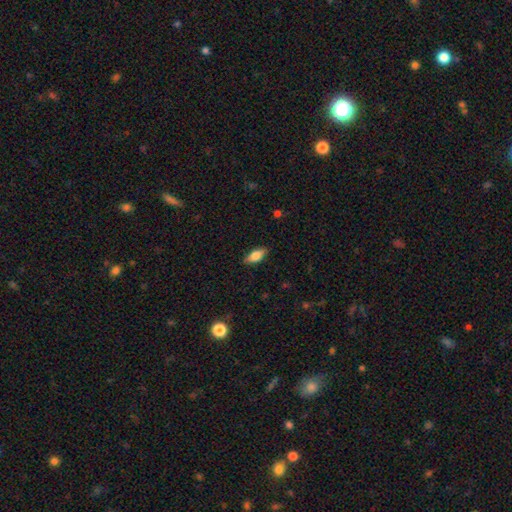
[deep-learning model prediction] Smooth or featured: smooth — 77% (featured or disk — 16%)
How rounded: in between — 83% (cigar-shaped — 14%)
Merging: none — 86% (minor disturbance — 11%)